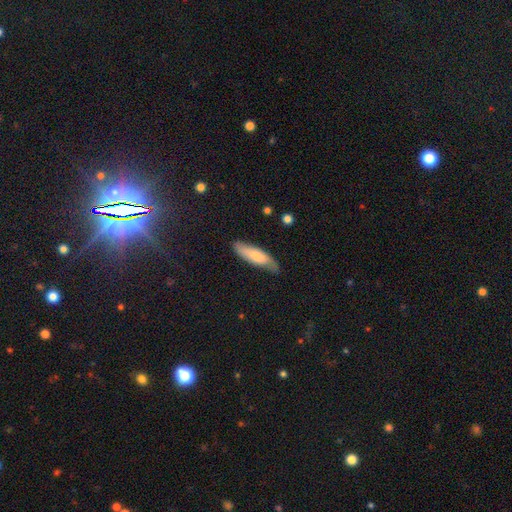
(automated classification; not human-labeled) smooth 68%, featured or disk 26%, star or artifact 6%. Down the decision tree: how rounded — cigar-shaped (55%); merging — none (69%).